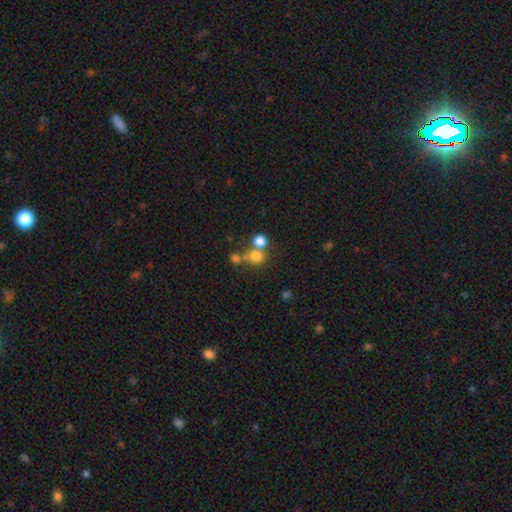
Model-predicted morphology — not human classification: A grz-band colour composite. It shows a smooth galaxy with no disk features (73%) that is round (82%). Merging: none (48%).